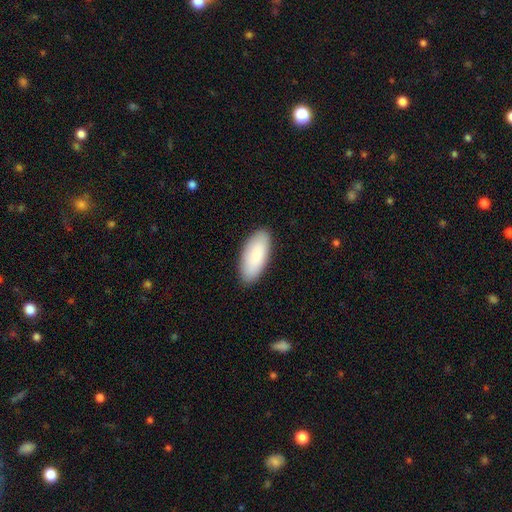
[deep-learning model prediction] Smooth or featured? Predicted: smooth (p=0.87). How rounded? Predicted: in between (p=0.87). Merging? Predicted: none (p=0.88).